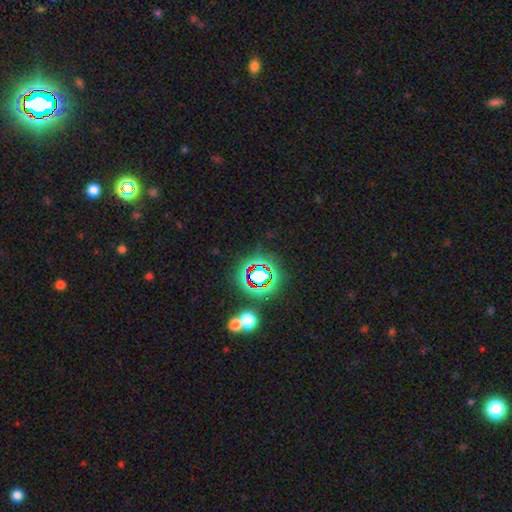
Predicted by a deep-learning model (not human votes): Morphology: type=star or artifact (69%).